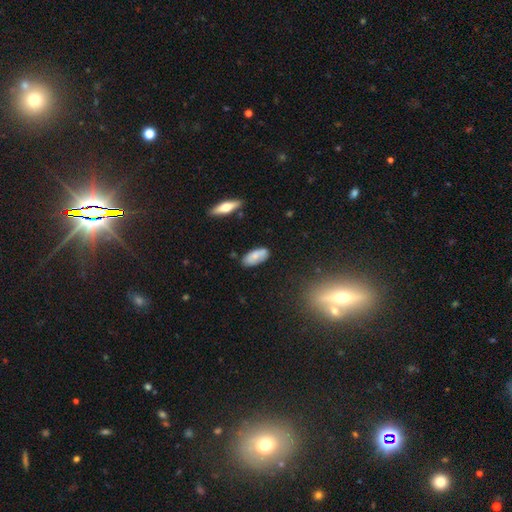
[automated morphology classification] smooth-or-featured: smooth: 69% | featured or disk: 24% | star or artifact: 7%
  how-rounded: in between: 90% | cigar-shaped: 8% | round: 2%
  merging: none: 76% | minor disturbance: 18% | major disturbance: 3% | merger: 3%